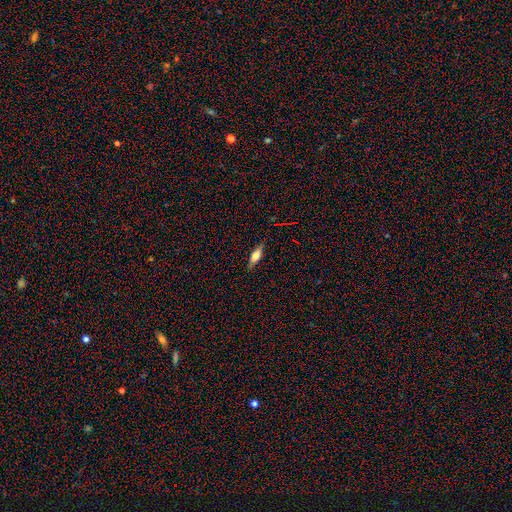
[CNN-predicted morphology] This appears to be a smooth galaxy with no disk features (53%) that is in between round and cigar-shaped (50%). Merging: none (85%).